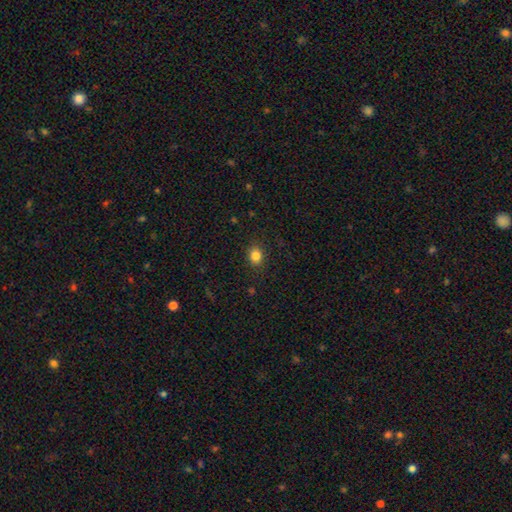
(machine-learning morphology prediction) Q: Smooth or featured?
A: smooth (84%); runner-up: star or artifact (11%)
Q: How rounded?
A: round (56%); runner-up: in between (43%)
Q: Merging?
A: none (88%); runner-up: minor disturbance (8%)